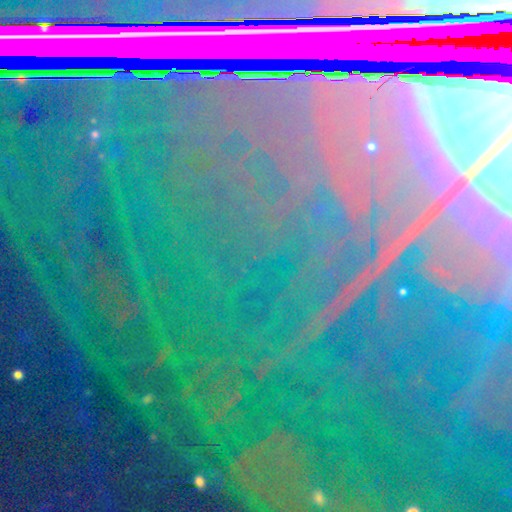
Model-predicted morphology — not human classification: type=star or artifact (88%).